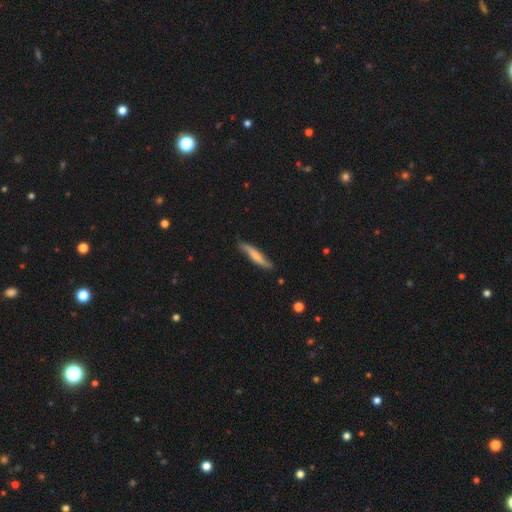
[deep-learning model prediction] Overall: smooth (56%; featured or disk 39%). How rounded: cigar-shaped (89%). Merging: none (78%).